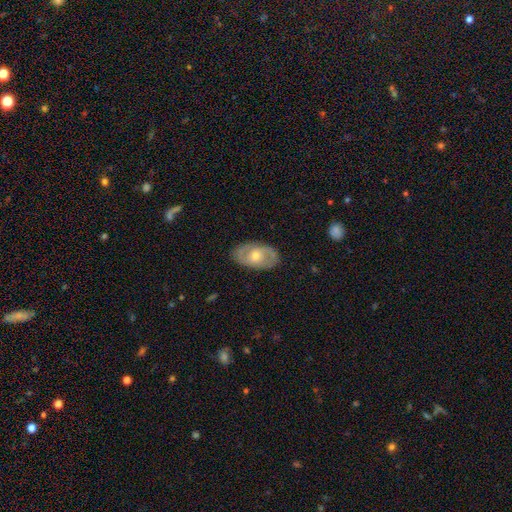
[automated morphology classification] featured or disk 67%, smooth 27%, star or artifact 6%. Down the decision tree: edge-on disk — no (93%); bar — no (62%); spiral arms — yes (69%); bulge size — moderate (60%); merging — none (83%).